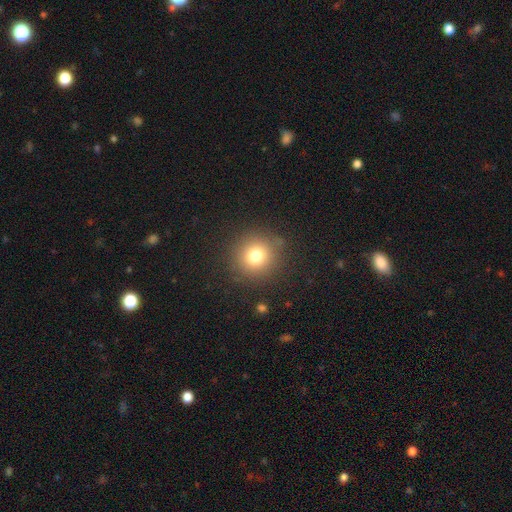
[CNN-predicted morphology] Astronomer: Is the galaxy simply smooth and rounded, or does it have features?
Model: smooth — 77%.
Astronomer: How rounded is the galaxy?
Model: round — 93%.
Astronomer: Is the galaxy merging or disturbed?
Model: none — 87%.